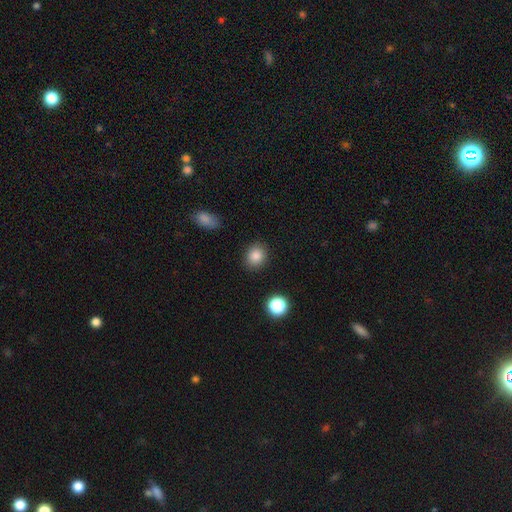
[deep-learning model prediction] Smooth or featured? Predicted: smooth (p=0.86). How rounded? Predicted: round (p=0.69). Merging? Predicted: none (p=0.87).